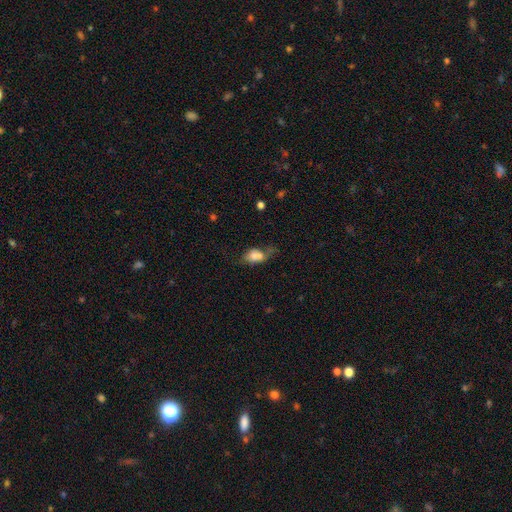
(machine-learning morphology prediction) Overall: smooth (72%). How rounded: in between (85%). Merging: none (33%; minor disturbance 30%).